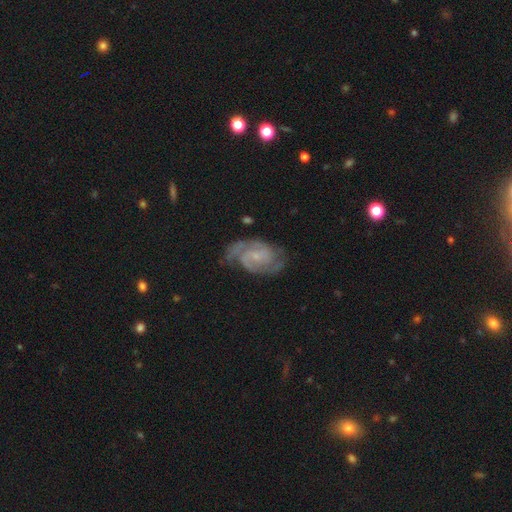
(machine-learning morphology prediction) Smooth or featured?
  - featured or disk: 87% *
  - smooth: 7%
  - star or artifact: 6%
Edge-on disk?
  - no: 97% *
  - yes: 3%
Bar?
  - no: 55% *
  - weak: 37%
  - strong: 7%
Spiral arms?
  - yes: 97% *
  - no: 3%
Spiral winding?
  - tight: 46% *
  - medium: 44%
  - loose: 10%
Spiral arm count?
  - 2: 72% *
  - can't tell: 10%
  - 3: 9%
  - 1: 3%
  - 4: 3%
  - more than 4: 3%
Bulge size?
  - small: 72% *
  - moderate: 16%
  - none: 10%
  - large: 1%
  - dominant: 1%
Merging?
  - none: 68% *
  - minor disturbance: 20%
  - major disturbance: 10%
  - merger: 2%